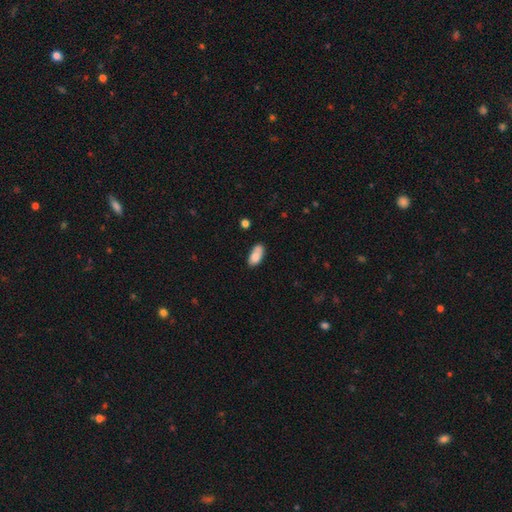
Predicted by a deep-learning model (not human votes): Smooth or featured? smooth (79%)
How rounded? in between (90%)
Merging? none (59%)